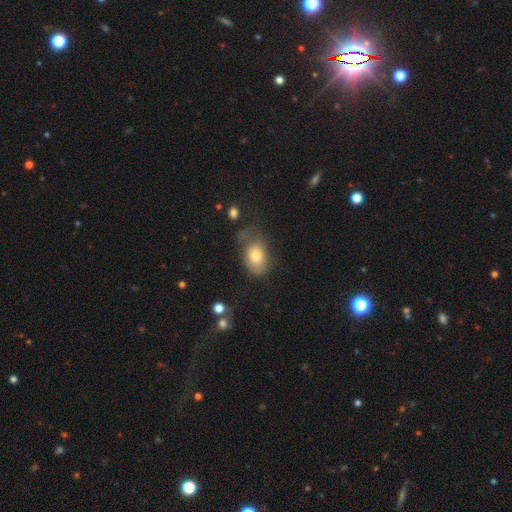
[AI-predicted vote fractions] Overall: smooth (77%). How rounded: in between (79%). Merging: none (43%; minor disturbance 31%).